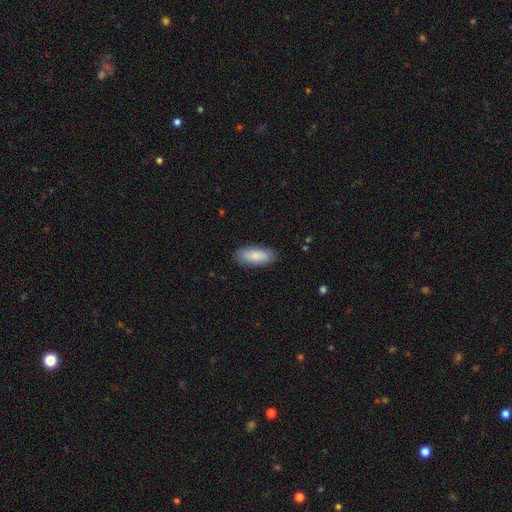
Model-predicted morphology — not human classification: smooth 85%, featured or disk 10%, star or artifact 5%. Down the decision tree: how rounded — in between (85%); merging — none (85%).